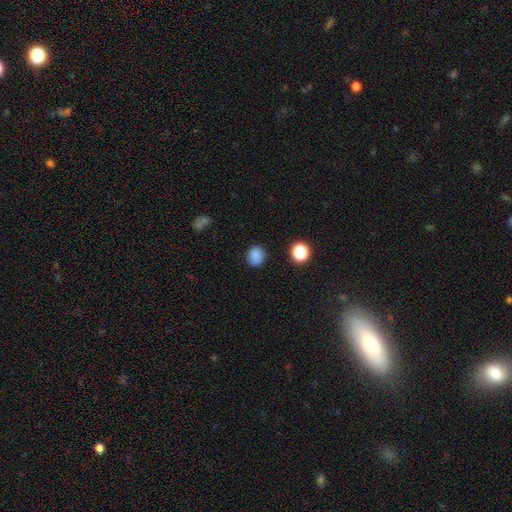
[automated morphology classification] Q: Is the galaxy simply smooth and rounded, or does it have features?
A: smooth — 83%.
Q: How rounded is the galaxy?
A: round — 70%.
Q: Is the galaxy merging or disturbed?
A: none — 81%.